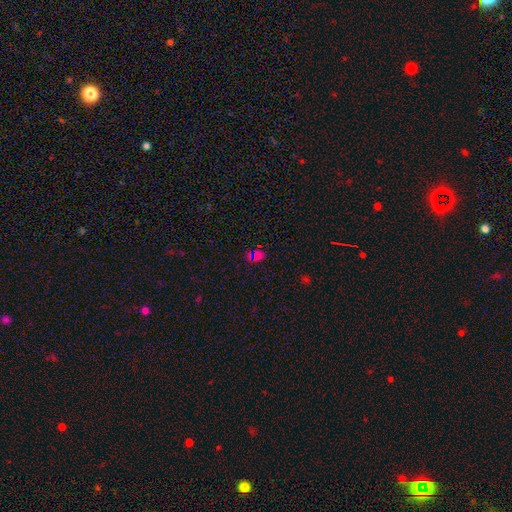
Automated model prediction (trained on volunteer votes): This is possibly a smooth galaxy (54%). How rounded: possibly in between (59%). Merging: likely none (76%).